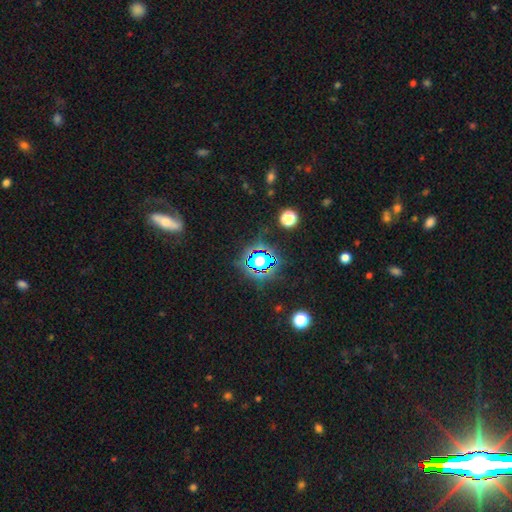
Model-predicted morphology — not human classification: Q: Smooth or featured?
A: star or artifact (66%); runner-up: smooth (24%)